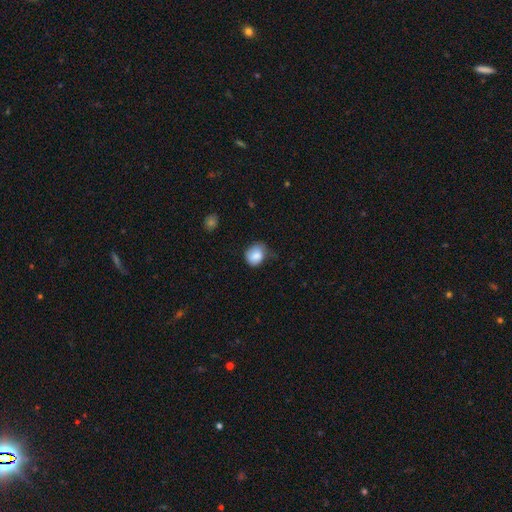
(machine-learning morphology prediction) A smooth galaxy with no disk features (83%) that is round (56%). Merging: none (52%).